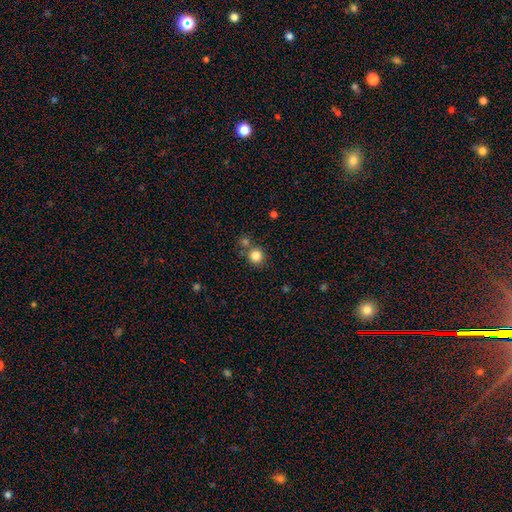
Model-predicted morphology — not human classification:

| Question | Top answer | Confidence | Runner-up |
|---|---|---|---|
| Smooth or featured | smooth | 83% | star or artifact (12%) |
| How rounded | round | 92% | in between (8%) |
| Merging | none | 69% | merger (19%) |